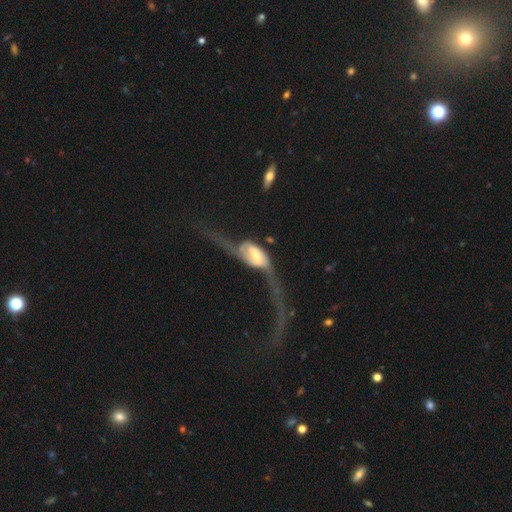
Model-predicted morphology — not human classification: Q: Smooth or featured?
A: featured or disk (73%); runner-up: smooth (20%)
Q: Edge-on disk?
A: no (86%); runner-up: yes (14%)
Q: Bar?
A: weak (38%); runner-up: strong (35%)
Q: Spiral arms?
A: yes (78%); runner-up: no (22%)
Q: Bulge size?
A: moderate (30%); runner-up: small (26%)
Q: Merging?
A: major disturbance (62%); runner-up: none (15%)